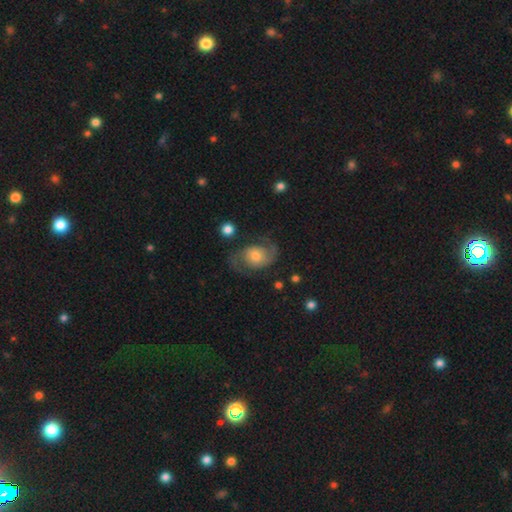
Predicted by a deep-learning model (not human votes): Q: Smooth or featured?
A: featured or disk (78%); runner-up: smooth (15%)
Q: Edge-on disk?
A: no (98%); runner-up: yes (2%)
Q: Bar?
A: no (69%); runner-up: weak (27%)
Q: Spiral arms?
A: yes (95%); runner-up: no (5%)
Q: Spiral winding?
A: medium (51%); runner-up: loose (29%)
Q: Spiral arm count?
A: 2 (91%); runner-up: can't tell (4%)
Q: Bulge size?
A: moderate (54%); runner-up: small (29%)
Q: Merging?
A: none (71%); runner-up: minor disturbance (16%)